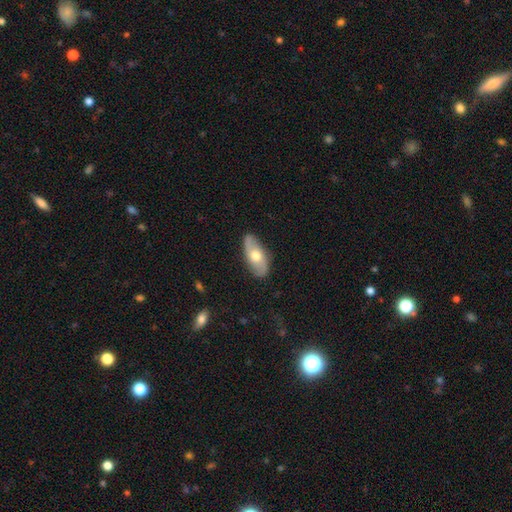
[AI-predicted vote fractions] Overall: featured or disk (49%; smooth 45%). Merging: none (82%).